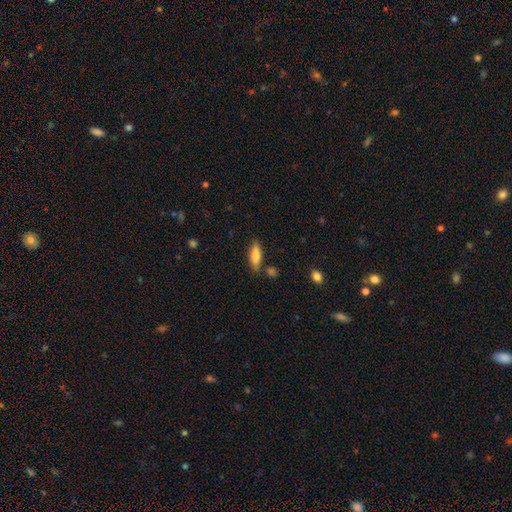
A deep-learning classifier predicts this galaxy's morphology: Overall: smooth (81%). How rounded: in between (52%; cigar-shaped 46%). Merging: none (78%).